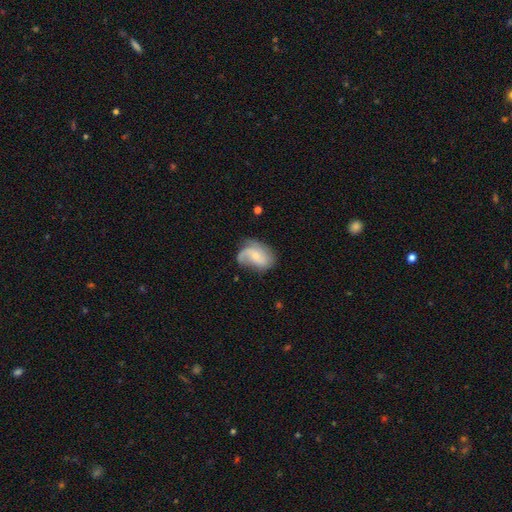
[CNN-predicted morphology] The model was most divided on "spiral winding": loose: 50%, medium: 36%, tight: 14%. Remaining: edge-on disk — no (97%); spiral arms — yes (91%); smooth or featured — featured or disk (71%); bulge size — small (62%); bar — no (57%); spiral arm count — 2 (51%); merging — none (48%).